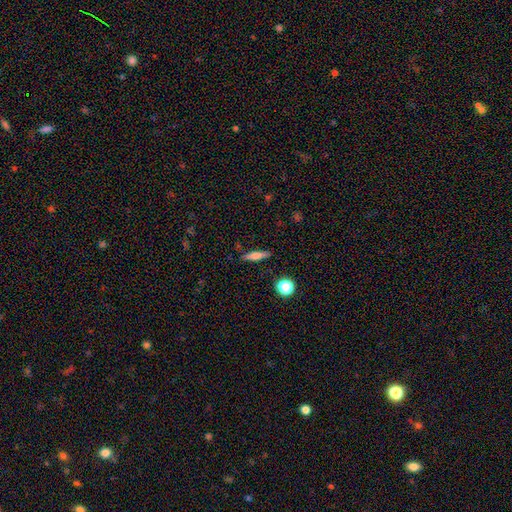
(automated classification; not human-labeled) Smooth or featured? smooth (57%)
How rounded? cigar-shaped (77%)
Merging? none (86%)